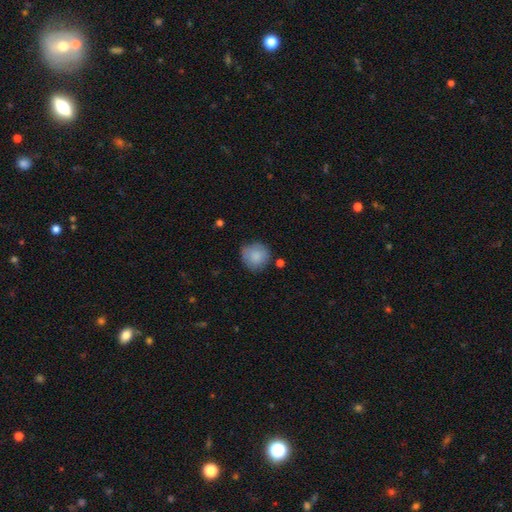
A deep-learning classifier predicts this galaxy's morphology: Smooth or featured?
  - smooth: 85% *
  - featured or disk: 8%
  - star or artifact: 7%
How rounded?
  - round: 90% *
  - in between: 9%
  - cigar-shaped: 1%
Merging?
  - none: 74% *
  - minor disturbance: 18%
  - major disturbance: 4%
  - merger: 3%